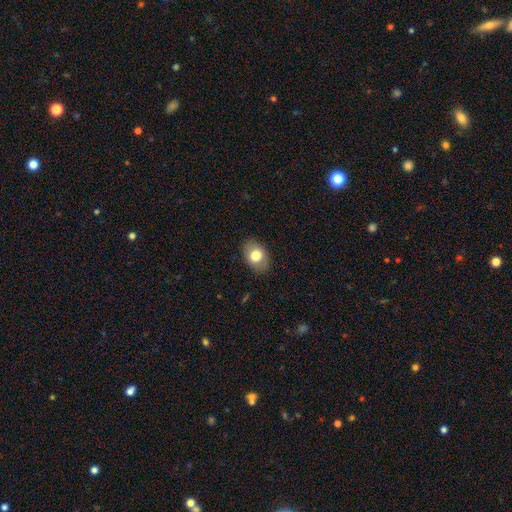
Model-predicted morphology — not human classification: A smooth galaxy with no disk features (77%) that is in between round and cigar-shaped (77%). Merging: none (85%).